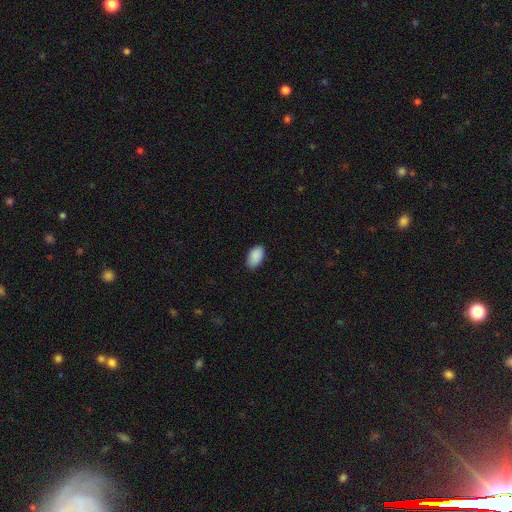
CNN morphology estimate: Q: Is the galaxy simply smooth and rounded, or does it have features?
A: smooth — 90%.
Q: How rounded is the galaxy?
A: in between — 95%.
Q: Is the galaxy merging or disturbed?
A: none — 83%.